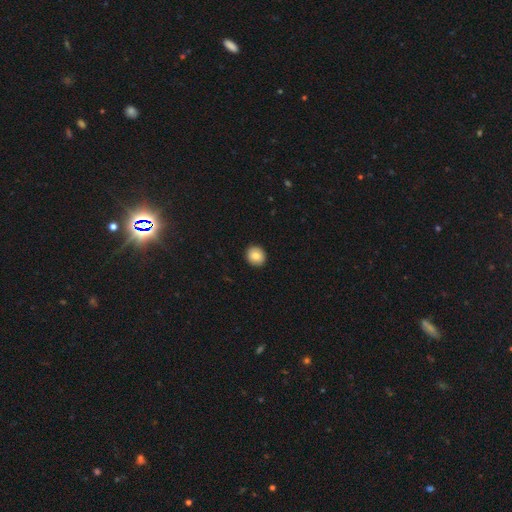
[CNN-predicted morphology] Smooth or featured? smooth (84%)
How rounded? round (85%)
Merging? none (92%)